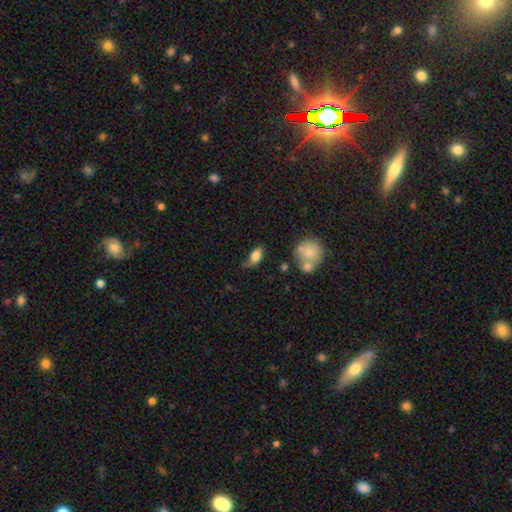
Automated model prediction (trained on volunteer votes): smooth_or_featured: smooth (p=0.75) [alt: featured or disk p=0.17]
how_rounded: in between (p=0.86) [alt: round p=0.08]
merging: none (p=0.47) [alt: minor disturbance p=0.33]